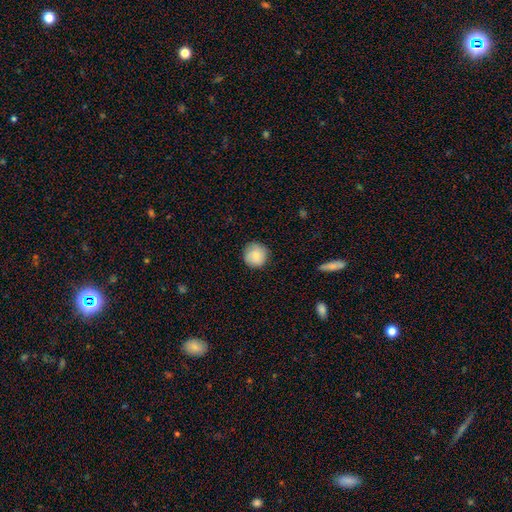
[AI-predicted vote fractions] This is clearly a smooth galaxy (82%). How rounded: clearly round (94%). Merging: clearly none (85%).